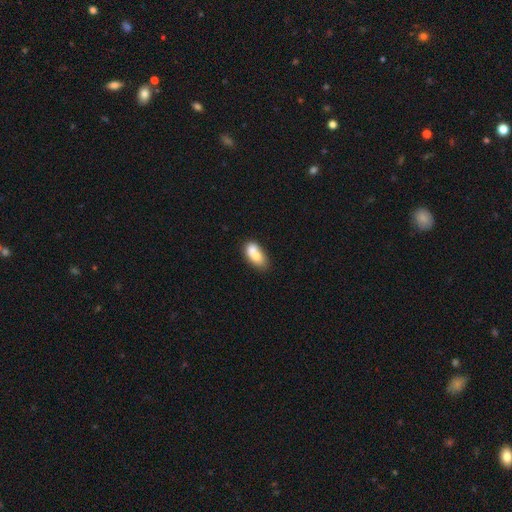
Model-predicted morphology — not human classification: Overall: smooth (69%). How rounded: in between (85%). Merging: merger (48%; none 32%).